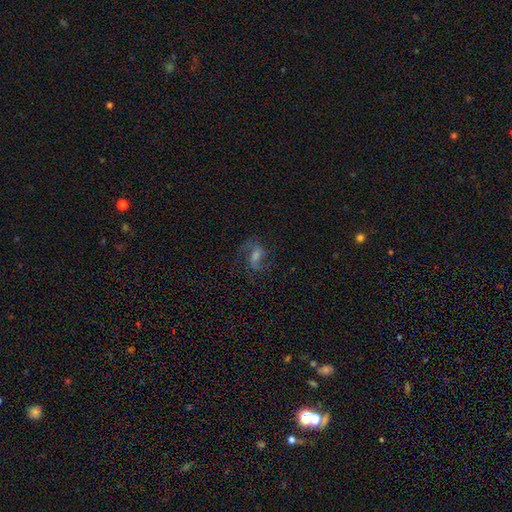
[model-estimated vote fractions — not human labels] Q: Smooth or featured?
A: featured or disk (74%); runner-up: star or artifact (13%)
Q: Edge-on disk?
A: no (97%); runner-up: yes (3%)
Q: Bar?
A: weak (50%); runner-up: no (30%)
Q: Spiral arms?
A: yes (95%); runner-up: no (5%)
Q: Spiral winding?
A: medium (50%); runner-up: loose (37%)
Q: Spiral arm count?
A: 2 (83%); runner-up: can't tell (6%)
Q: Bulge size?
A: moderate (40%); runner-up: small (32%)
Q: Merging?
A: none (72%); runner-up: minor disturbance (15%)